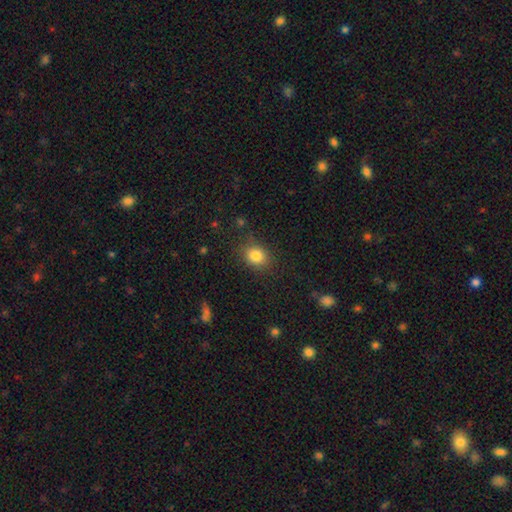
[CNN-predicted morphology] This is clearly a smooth galaxy (84%). How rounded: possibly round (57%). Merging: clearly none (80%).